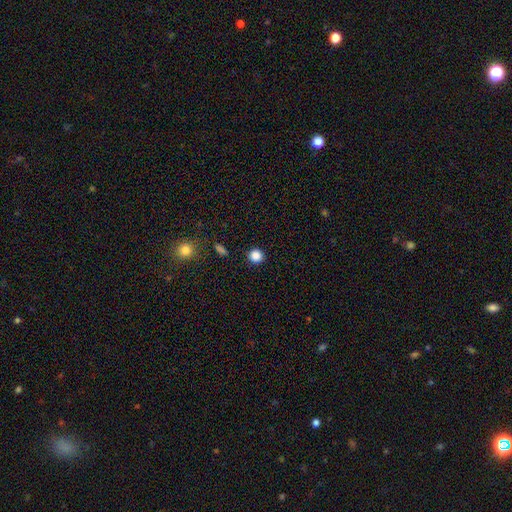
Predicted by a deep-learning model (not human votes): Morphology: type=smooth (86%); roundness=round (92%); merging=none (90%).